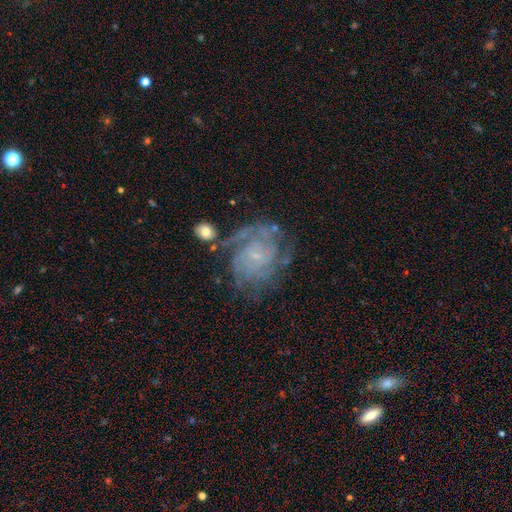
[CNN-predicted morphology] This appears to be a featured or disk galaxy (83%) with no bar (70%), tight (65%) spiral arms (95%) and a small central bulge (81%). Merging: none (63%).